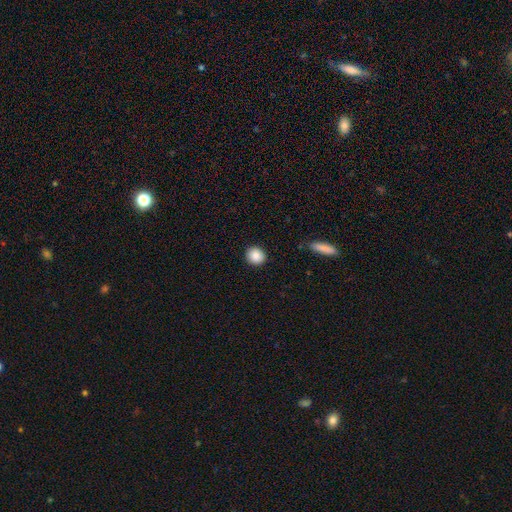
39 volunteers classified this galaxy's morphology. smooth 100%, featured or disk 0%, star or artifact 0%. Down the decision tree: how rounded — round (77%); merging — none (92%).